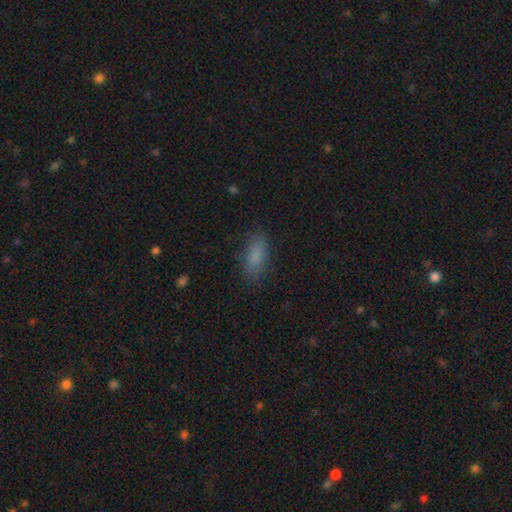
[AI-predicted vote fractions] This appears to be a smooth galaxy with no disk features (84%) that is in between round and cigar-shaped (76%). Merging: none (83%).